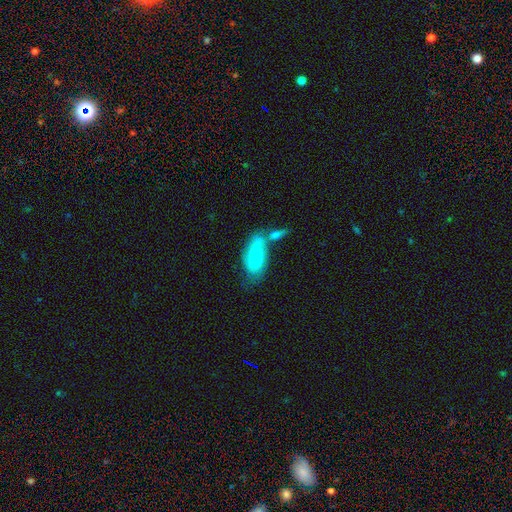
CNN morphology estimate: Smooth or featured: smooth — 53% (featured or disk — 40%)
How rounded: in between — 89% (cigar-shaped — 6%)
Merging: none — 40% (merger — 33%)